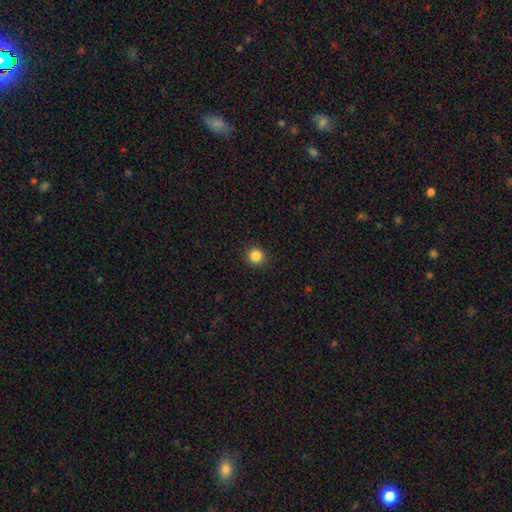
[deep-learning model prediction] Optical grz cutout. It shows a smooth galaxy with no disk features (86%) that is round (94%). Merging: none (92%).